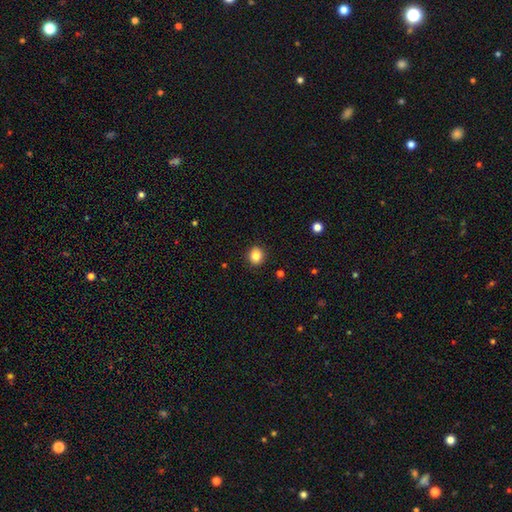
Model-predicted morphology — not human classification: Smooth or featured? Predicted: smooth (p=0.85). How rounded? Predicted: round (p=0.80). Merging? Predicted: none (p=0.91).